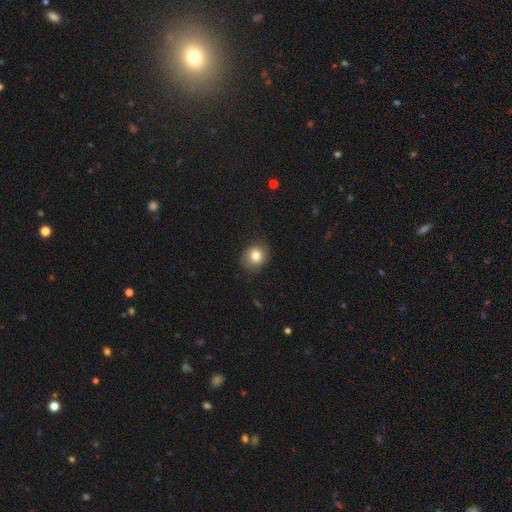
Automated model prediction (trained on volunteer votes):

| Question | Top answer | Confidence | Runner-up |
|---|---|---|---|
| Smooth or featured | smooth | 82% | star or artifact (10%) |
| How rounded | round | 75% | in between (24%) |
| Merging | none | 83% | minor disturbance (13%) |